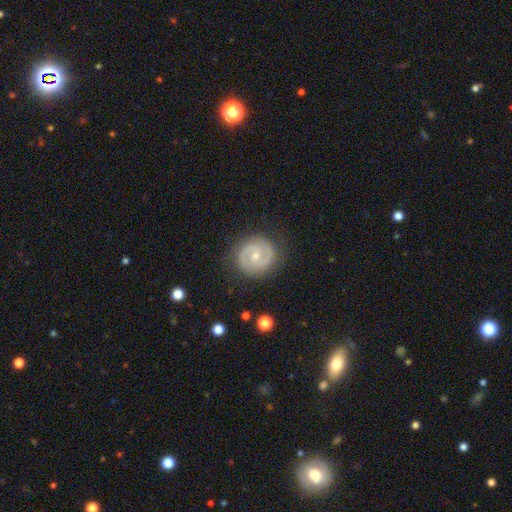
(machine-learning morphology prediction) smooth_or_featured: featured or disk (p=0.78) [alt: smooth p=0.16]
disk_edge_on: no (p=0.98) [alt: yes p=0.02]
bar: no (p=0.48) [alt: weak p=0.40]
has_spiral_arms: yes (p=0.87) [alt: no p=0.13]
spiral_winding: tight (p=0.50) [alt: medium p=0.40]
spiral_arm_count: 2 (p=0.86) [alt: can't tell p=0.07]
bulge_size: small (p=0.49) [alt: moderate p=0.47]
merging: none (p=0.85) [alt: minor disturbance p=0.10]